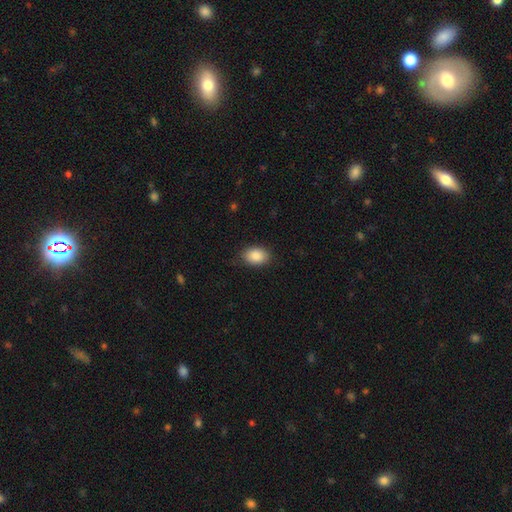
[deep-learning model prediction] The model was most divided on "how rounded": in between: 80%, round: 19%, cigar-shaped: 1%. More confident: smooth or featured — smooth (88%); merging — none (84%).